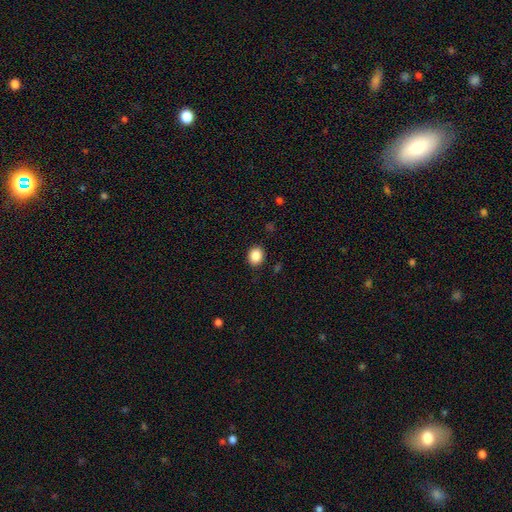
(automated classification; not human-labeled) Q: Smooth or featured?
A: smooth (87%); runner-up: star or artifact (9%)
Q: How rounded?
A: round (64%); runner-up: in between (35%)
Q: Merging?
A: none (89%); runner-up: minor disturbance (8%)